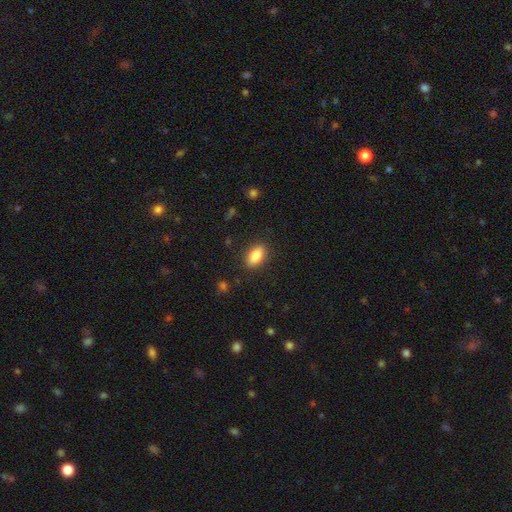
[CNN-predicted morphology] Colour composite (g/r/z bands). It shows a smooth galaxy with no disk features (87%) that is in between round and cigar-shaped (90%). Merging: none (87%).